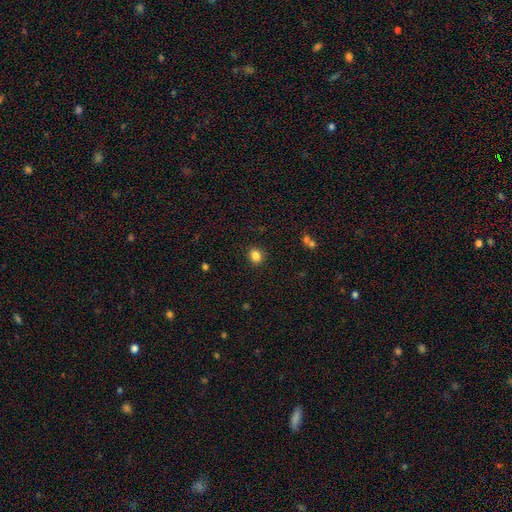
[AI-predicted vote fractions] smooth 84%, star or artifact 11%, featured or disk 5%. Down the decision tree: how rounded — round (68%); merging — none (90%).